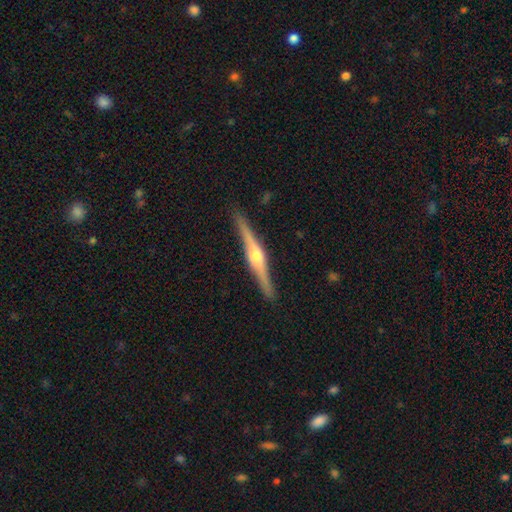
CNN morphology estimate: Smooth or featured? Predicted: featured or disk (p=0.82). Edge-on disk? Predicted: yes (p=0.98). Edge-on bulge? Predicted: rounded (p=0.92). Merging? Predicted: none (p=0.91).